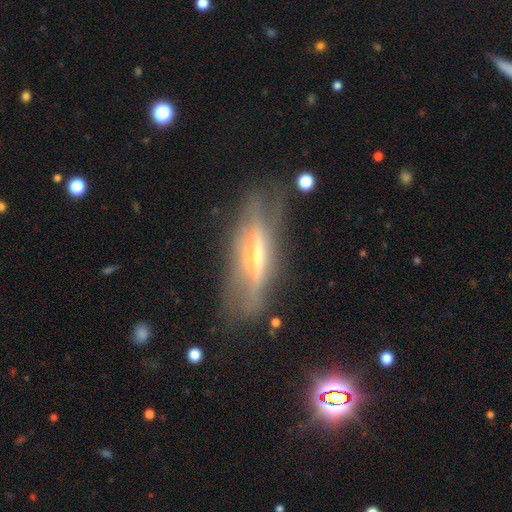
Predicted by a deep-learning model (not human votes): Morphology: type=featured or disk (73%); edge-on=yes (81%); edge-on bulge=rounded (73%); merging=none (68%).